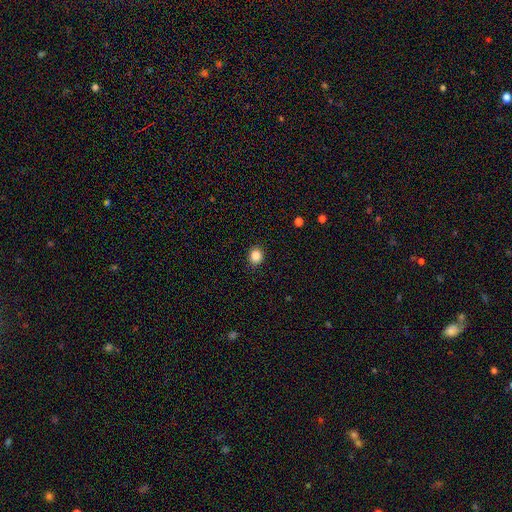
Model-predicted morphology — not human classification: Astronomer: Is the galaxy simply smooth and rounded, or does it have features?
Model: smooth — 86%.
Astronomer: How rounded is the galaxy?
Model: round — 73%.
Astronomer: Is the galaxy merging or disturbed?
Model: none — 89%.